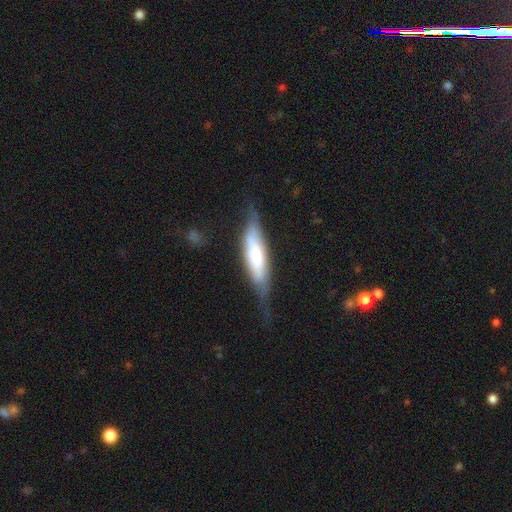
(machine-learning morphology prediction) Q: Smooth or featured?
A: featured or disk (47%); runner-up: smooth (46%)
Q: Merging?
A: none (49%); runner-up: minor disturbance (31%)